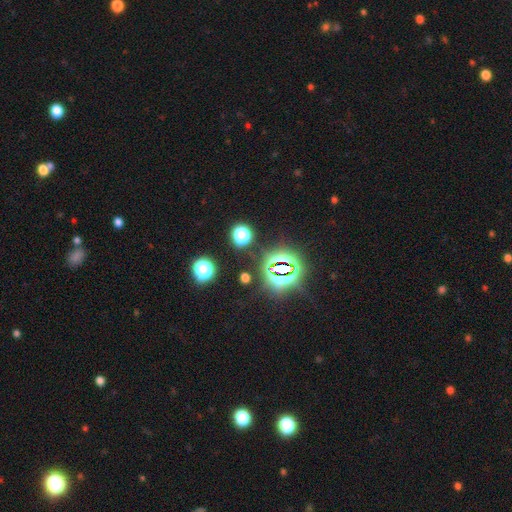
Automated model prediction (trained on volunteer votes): Smooth or featured: star or artifact — 82% (smooth — 12%)